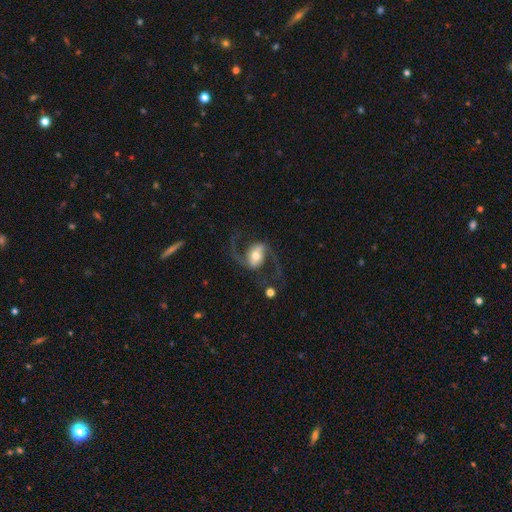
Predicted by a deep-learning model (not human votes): featured or disk 88%, smooth 7%, star or artifact 5%. Down the decision tree: edge-on disk — no (97%); bar — weak (39%); spiral arms — yes (96%); spiral arm count — 2 (94%); spiral winding — loose (60%); bulge size — moderate (61%); merging — none (74%).